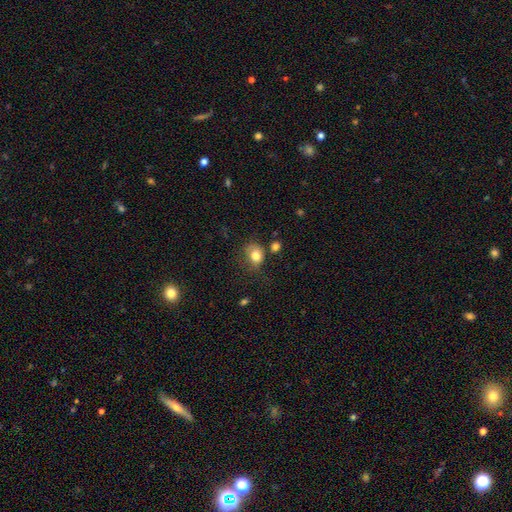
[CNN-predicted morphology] smooth_or_featured: smooth (p=0.80) [alt: featured or disk p=0.10]
how_rounded: in between (p=0.51) [alt: round p=0.48]
merging: none (p=0.49) [alt: minor disturbance p=0.30]